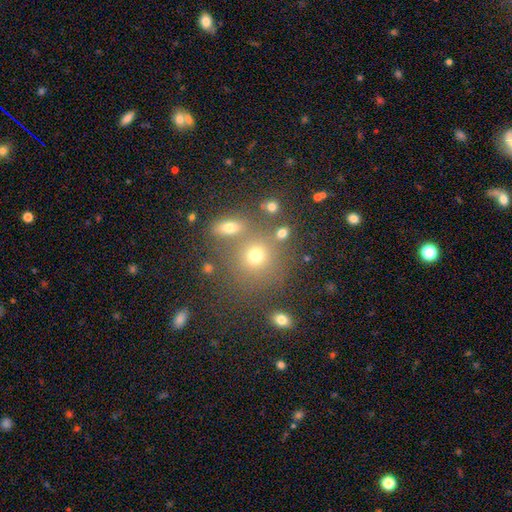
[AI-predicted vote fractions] The model was most divided on "merging": none: 64%, merger: 21%, minor disturbance: 10%, major disturbance: 5%. More confident: how rounded — round (82%); smooth or featured — smooth (67%).